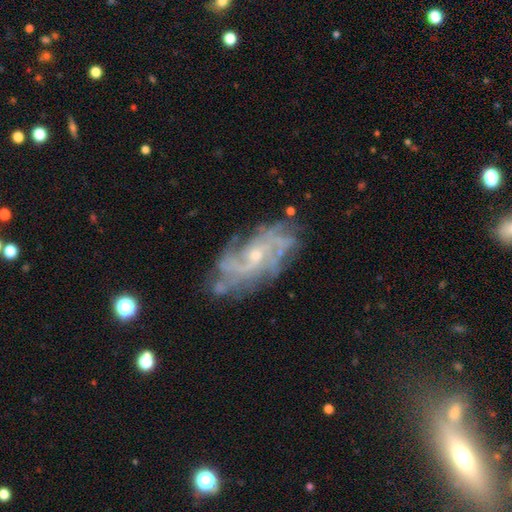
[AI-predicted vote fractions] Smooth or featured? Predicted: featured or disk (p=0.85). Edge-on disk? Predicted: no (p=0.95). Bar? Predicted: no (p=0.63). Spiral arms? Predicted: yes (p=0.93). Spiral winding? Predicted: tight (p=0.41). Spiral arm count? Predicted: can't tell (p=0.36). Bulge size? Predicted: small (p=0.63). Merging? Predicted: none (p=0.68).